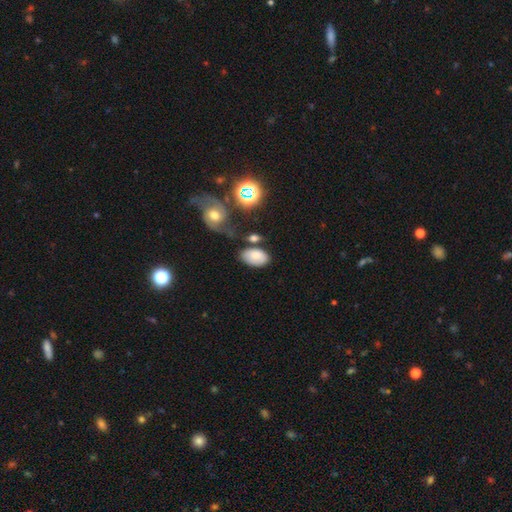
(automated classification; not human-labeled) A smooth galaxy with no disk features (73%) that is in between round and cigar-shaped (92%).

Vote fractions:
- Smooth or featured? smooth: 73% / featured or disk: 17% / star or artifact: 10%
- How rounded? in between: 92% / round: 7% / cigar-shaped: 1%
- Merging? none: 65% / minor disturbance: 18% / merger: 11% / major disturbance: 7%